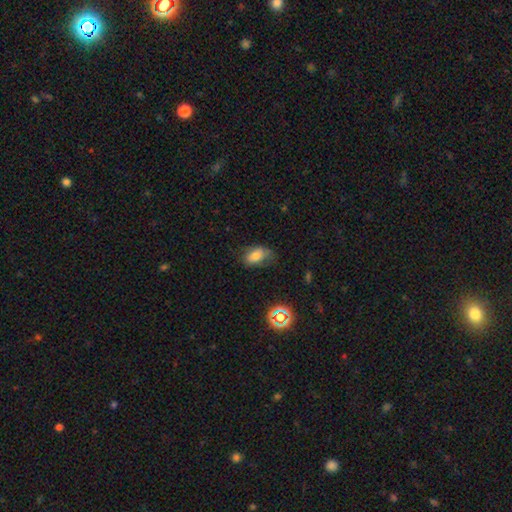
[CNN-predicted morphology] This appears to be a smooth galaxy with no disk features (73%) that is in between round and cigar-shaped (88%). Merging: none (57%).